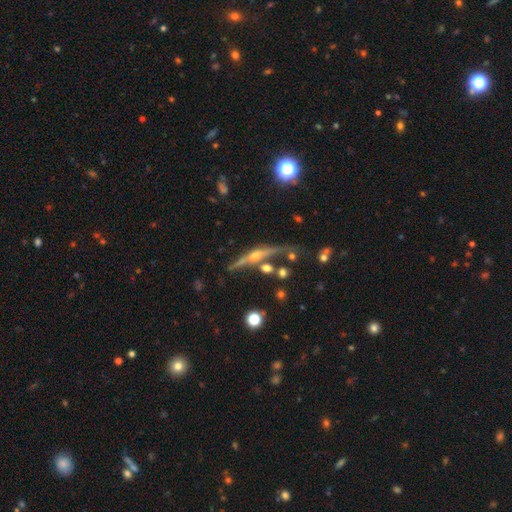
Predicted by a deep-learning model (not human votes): A featured or disk galaxy (78%) viewed edge-on (95%) with a rounded central bulge (87%). Merging: none (68%).